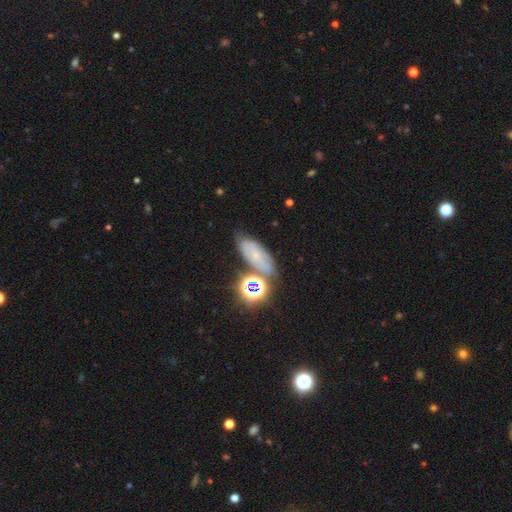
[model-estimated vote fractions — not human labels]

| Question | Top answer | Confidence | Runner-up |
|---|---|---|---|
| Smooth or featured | star or artifact | 35% | tied: smooth (35%) |